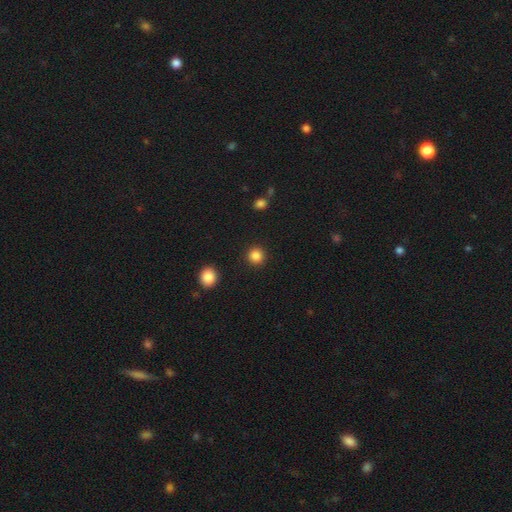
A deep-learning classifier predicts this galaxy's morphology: Overall: smooth (86%). How rounded: round (94%). Merging: none (92%).